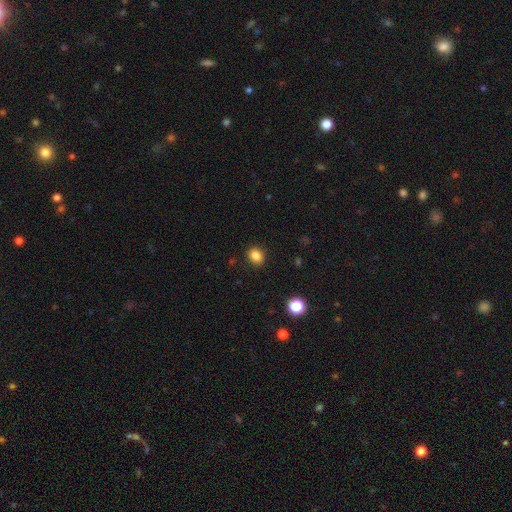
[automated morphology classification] smooth-or-featured: smooth: 84% | star or artifact: 11% | featured or disk: 4%
  how-rounded: round: 58% | in between: 41% | cigar-shaped: 1%
  merging: none: 89% | minor disturbance: 8% | major disturbance: 2% | merger: 1%